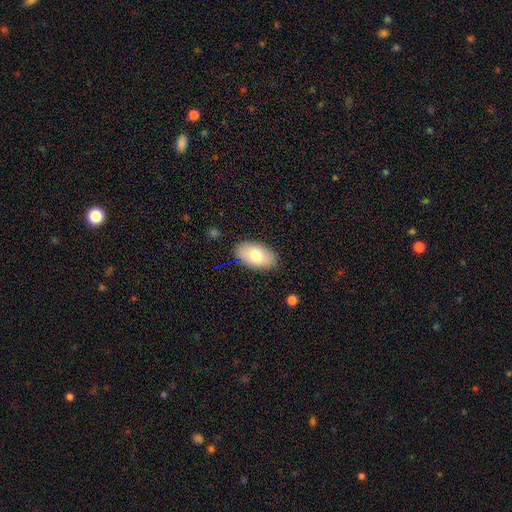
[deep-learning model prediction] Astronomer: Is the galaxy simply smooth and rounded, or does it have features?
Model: smooth — 74%.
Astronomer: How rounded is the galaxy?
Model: in between — 94%.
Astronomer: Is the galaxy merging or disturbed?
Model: none — 86%.